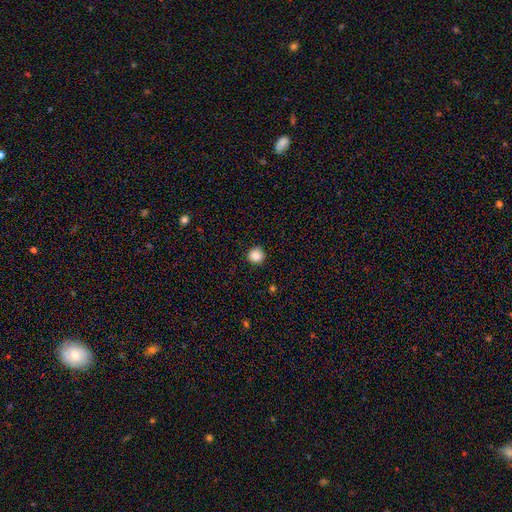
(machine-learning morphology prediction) Overall: smooth (87%). How rounded: round (95%). Merging: none (90%).